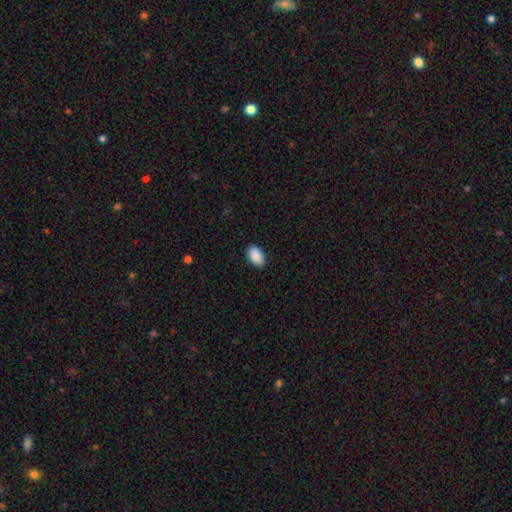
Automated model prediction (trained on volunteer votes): Q: Smooth or featured?
A: smooth (90%); runner-up: star or artifact (7%)
Q: How rounded?
A: in between (91%); runner-up: round (8%)
Q: Merging?
A: none (88%); runner-up: minor disturbance (9%)